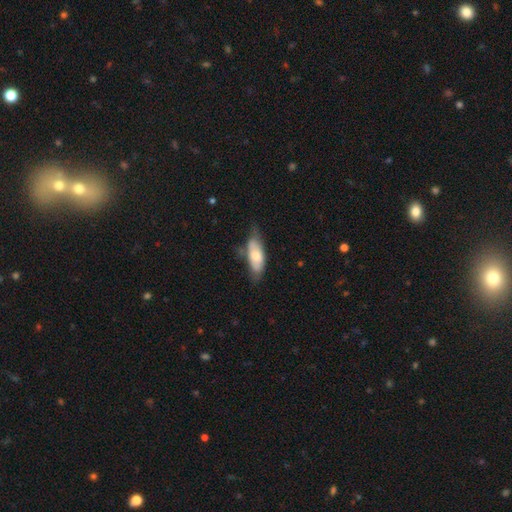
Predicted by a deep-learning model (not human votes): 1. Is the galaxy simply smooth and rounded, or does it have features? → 62% smooth, 32% featured or disk, 6% star or artifact.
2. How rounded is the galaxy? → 74% in between, 23% cigar-shaped, 2% round.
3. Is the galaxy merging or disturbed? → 58% none, 30% minor disturbance, 9% major disturbance, 3% merger.